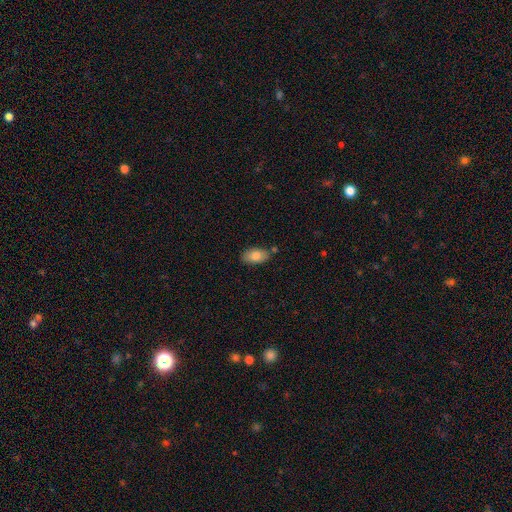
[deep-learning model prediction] This is clearly a smooth galaxy (81%). How rounded: clearly in between (93%). Merging: likely none (77%).